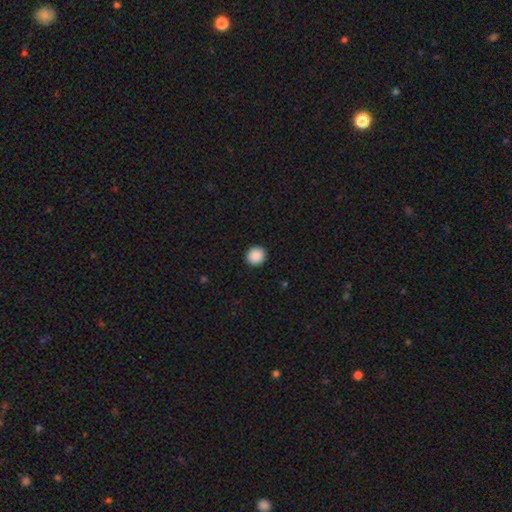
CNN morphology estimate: Overall: smooth (89%). How rounded: round (90%). Merging: none (92%).